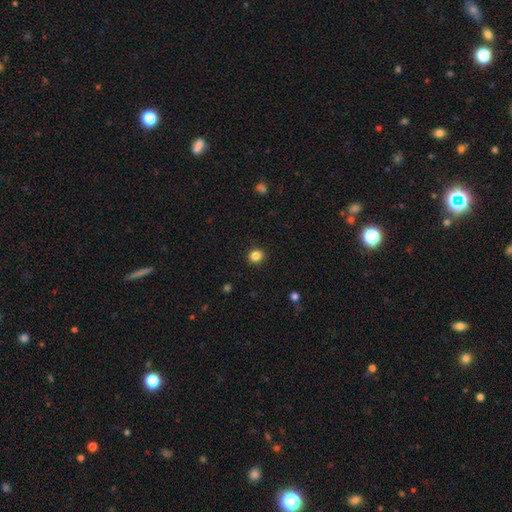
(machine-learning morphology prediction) smooth-or-featured: smooth: 85% | star or artifact: 11% | featured or disk: 4%
  how-rounded: round: 90% | in between: 9% | cigar-shaped: 1%
  merging: none: 92% | minor disturbance: 5% | major disturbance: 2% | merger: 1%